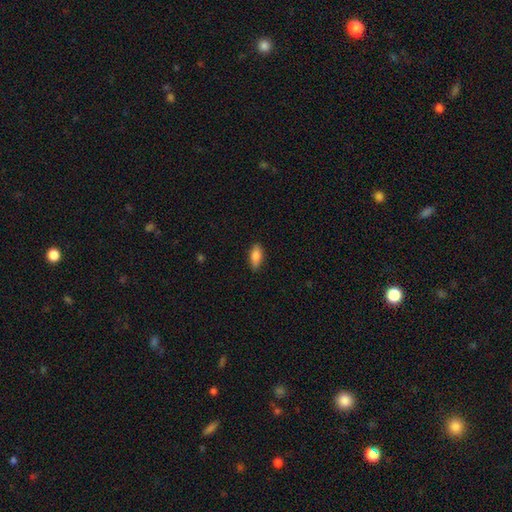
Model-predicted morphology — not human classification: This is clearly a smooth galaxy (85%). How rounded: clearly in between (84%). Merging: clearly none (87%).